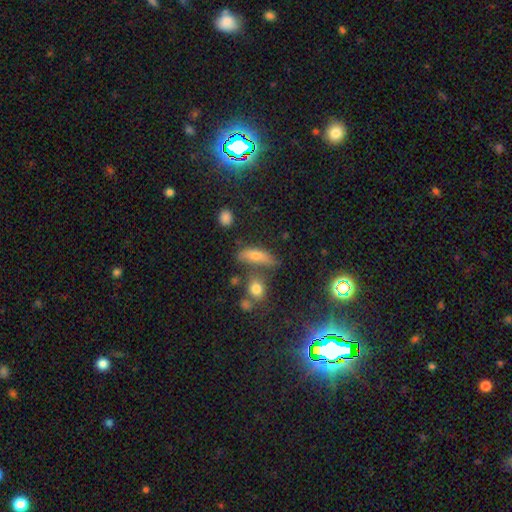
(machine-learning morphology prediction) Smooth or featured?
  - smooth: 65% *
  - featured or disk: 21%
  - star or artifact: 14%
How rounded?
  - in between: 54% *
  - cigar-shaped: 41%
  - round: 5%
Merging?
  - none: 57% *
  - minor disturbance: 18%
  - merger: 17%
  - major disturbance: 8%